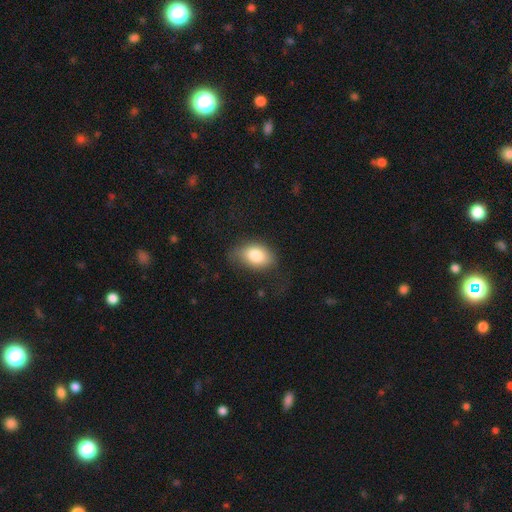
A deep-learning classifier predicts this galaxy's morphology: This is clearly a smooth galaxy (80%). How rounded: clearly in between (85%). Merging: possibly none (58%).